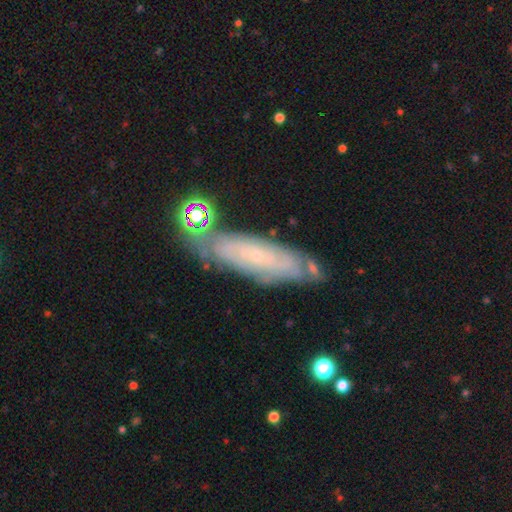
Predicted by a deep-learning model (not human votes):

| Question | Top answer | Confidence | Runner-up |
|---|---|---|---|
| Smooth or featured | featured or disk | 62% | smooth (27%) |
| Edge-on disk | no | 74% | yes (26%) |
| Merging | none | 70% | minor disturbance (18%) |